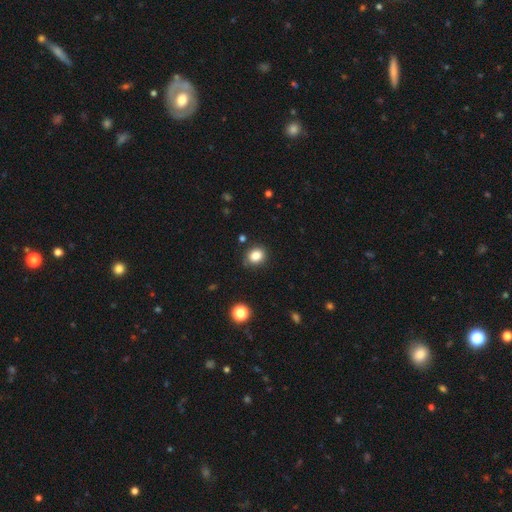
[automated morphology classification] smooth_or_featured: smooth (p=0.84) [alt: star or artifact p=0.11]
how_rounded: round (p=0.66) [alt: in between p=0.33]
merging: none (p=0.84) [alt: minor disturbance p=0.11]